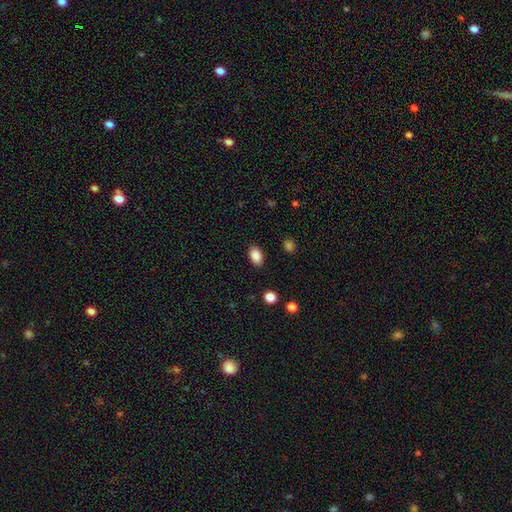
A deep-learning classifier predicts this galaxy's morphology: Smooth or featured? smooth (87%)
How rounded? in between (88%)
Merging? none (88%)